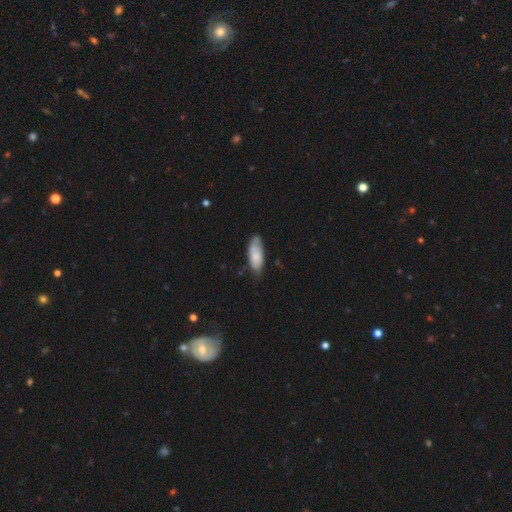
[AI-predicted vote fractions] Morphology: type=smooth (71%); roundness=in between (78%); merging=none (61%).